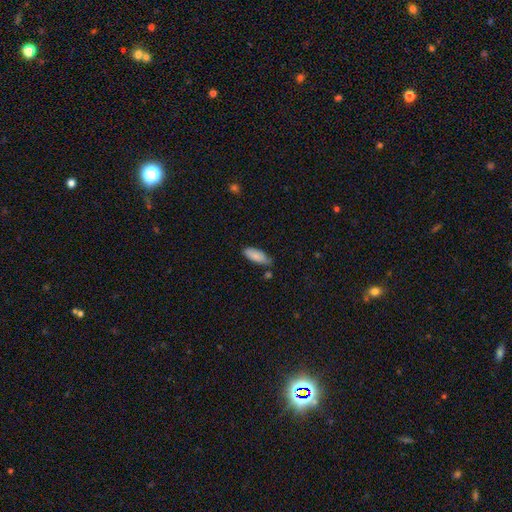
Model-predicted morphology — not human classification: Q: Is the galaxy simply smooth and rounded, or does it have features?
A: smooth — 85%.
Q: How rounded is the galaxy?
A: in between — 76%.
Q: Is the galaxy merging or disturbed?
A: none — 65%.